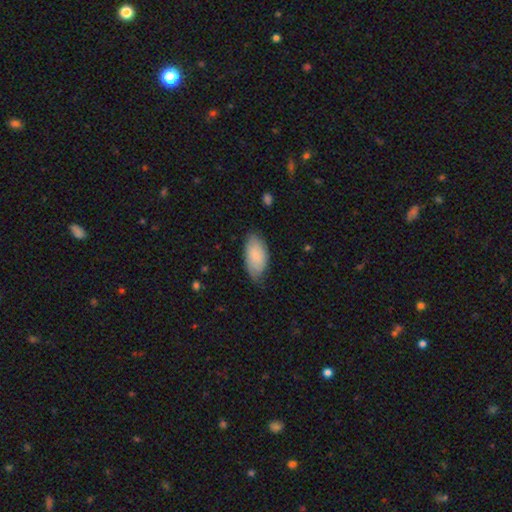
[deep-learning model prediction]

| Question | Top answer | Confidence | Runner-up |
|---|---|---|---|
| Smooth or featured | smooth | 80% | featured or disk (14%) |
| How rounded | in between | 94% | cigar-shaped (3%) |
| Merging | none | 67% | minor disturbance (27%) |